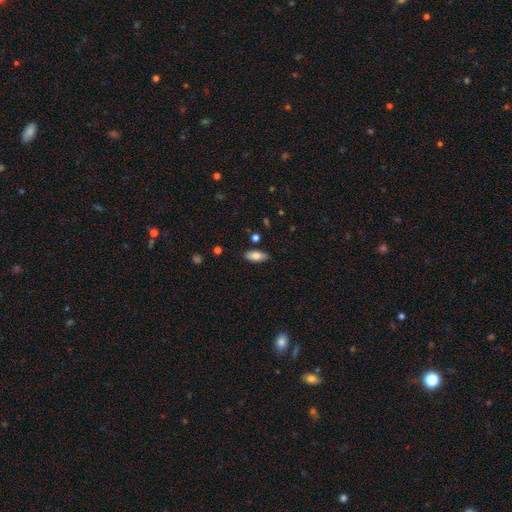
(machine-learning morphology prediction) This appears to be a smooth galaxy with no disk features (80%) that is in between round and cigar-shaped (86%). Merging: none (85%).